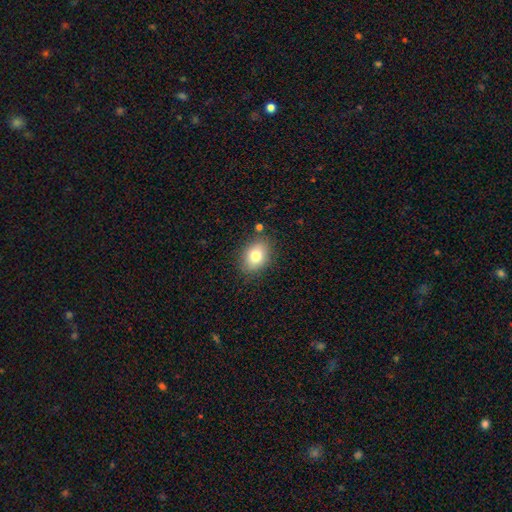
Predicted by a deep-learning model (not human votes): Smooth or featured: smooth — 80% (featured or disk — 11%)
How rounded: in between — 73% (round — 26%)
Merging: none — 83% (minor disturbance — 12%)